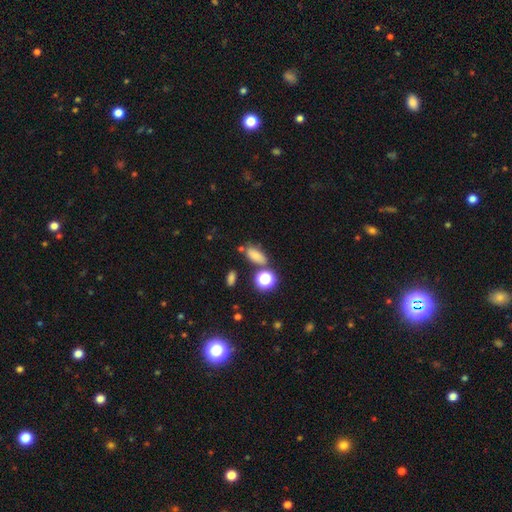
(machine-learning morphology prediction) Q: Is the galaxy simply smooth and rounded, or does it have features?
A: smooth — 77%.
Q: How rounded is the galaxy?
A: in between — 76%.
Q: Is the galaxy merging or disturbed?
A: none — 66%.